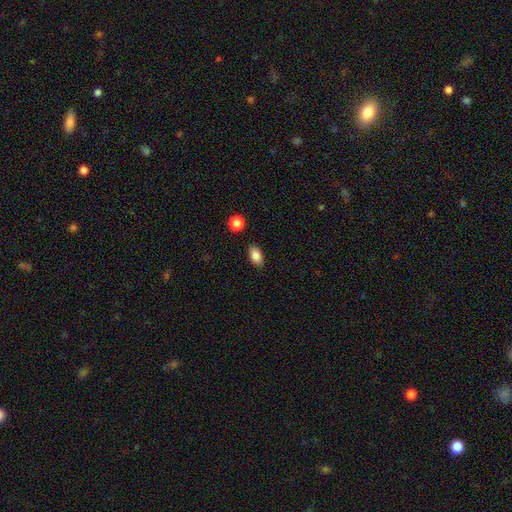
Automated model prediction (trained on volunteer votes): Smooth or featured? Predicted: smooth (p=0.85). How rounded? Predicted: in between (p=0.89). Merging? Predicted: none (p=0.86).